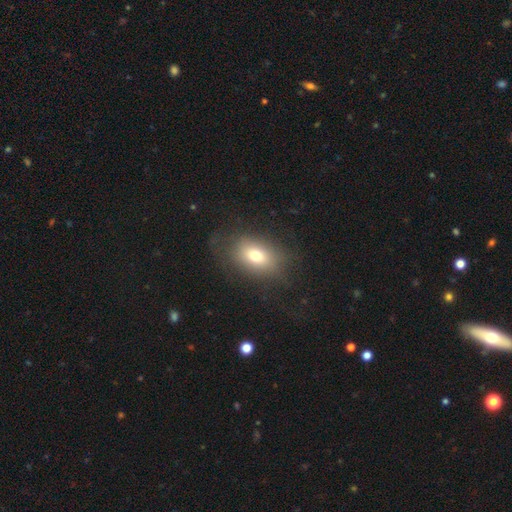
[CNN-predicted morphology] This is likely a smooth galaxy (72%). How rounded: likely in between (76%). Merging: likely none (73%).